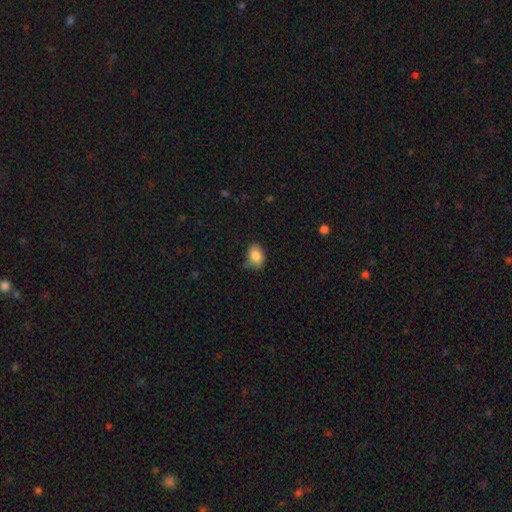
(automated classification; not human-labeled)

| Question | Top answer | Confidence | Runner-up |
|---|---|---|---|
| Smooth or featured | smooth | 84% | star or artifact (8%) |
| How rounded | in between | 77% | round (22%) |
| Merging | none | 67% | minor disturbance (26%) |